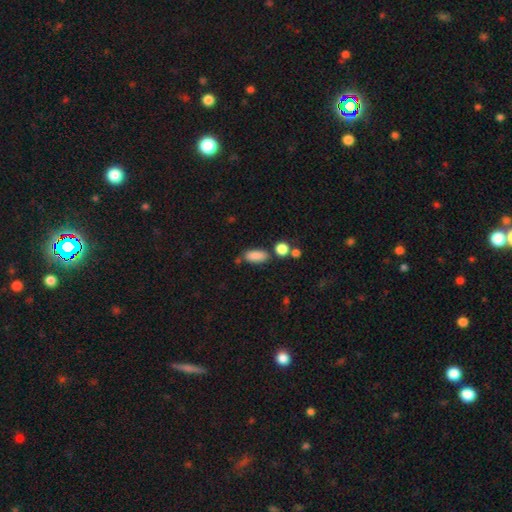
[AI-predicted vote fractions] Smooth or featured? smooth (87%)
How rounded? in between (84%)
Merging? none (70%)